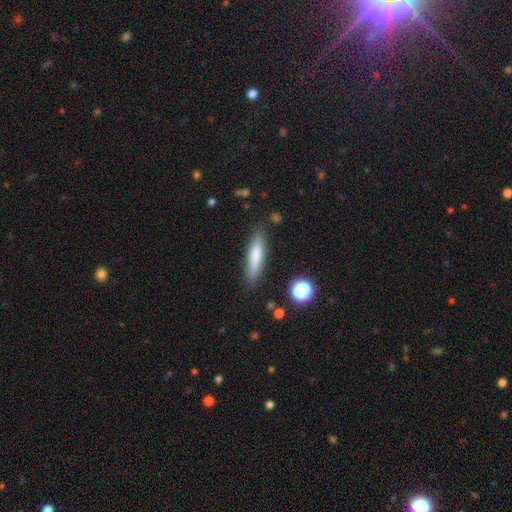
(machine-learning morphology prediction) Smooth or featured?
  - smooth: 72% *
  - featured or disk: 21%
  - star or artifact: 8%
How rounded?
  - cigar-shaped: 81% *
  - in between: 17%
  - round: 2%
Merging?
  - none: 84% *
  - minor disturbance: 11%
  - major disturbance: 3%
  - merger: 2%